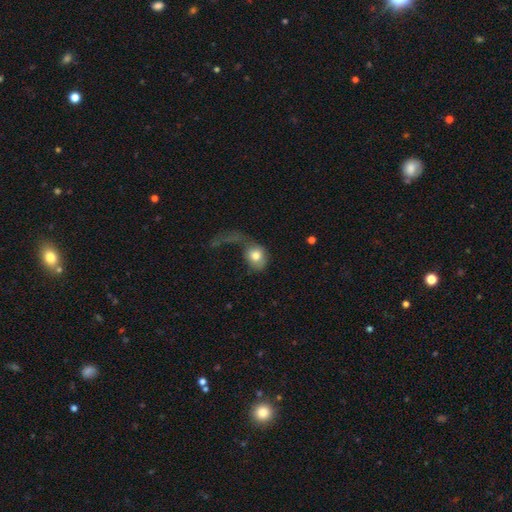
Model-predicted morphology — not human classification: Smooth or featured? Predicted: smooth (p=0.72). How rounded? Predicted: round (p=0.58). Merging? Predicted: major disturbance (p=0.63).